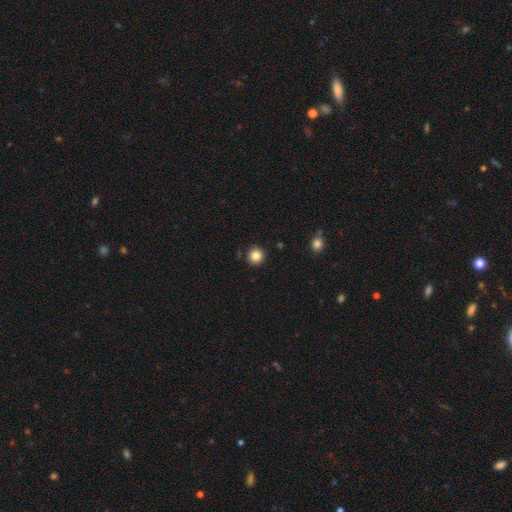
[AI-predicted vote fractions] A smooth galaxy with no disk features (84%) that is round (94%).

Vote fractions:
- Smooth or featured? smooth: 84% / star or artifact: 11% / featured or disk: 5%
- How rounded? round: 94% / in between: 5% / cigar-shaped: 1%
- Merging? none: 91% / minor disturbance: 6% / merger: 2% / major disturbance: 2%